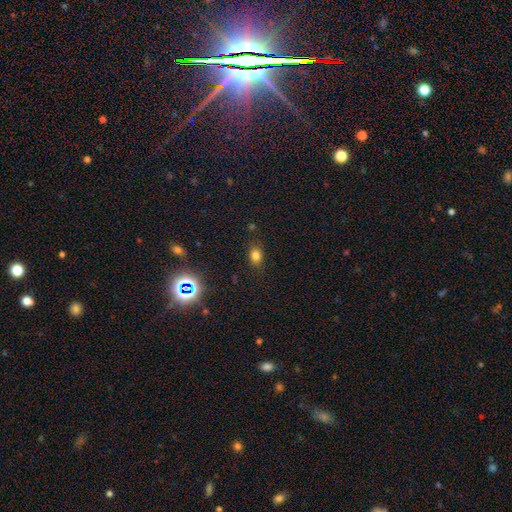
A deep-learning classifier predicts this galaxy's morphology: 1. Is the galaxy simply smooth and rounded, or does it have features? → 77% smooth, 17% star or artifact, 7% featured or disk.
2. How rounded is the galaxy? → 64% in between, 34% round, 2% cigar-shaped.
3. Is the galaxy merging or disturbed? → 82% none, 13% minor disturbance, 4% major disturbance, 2% merger.